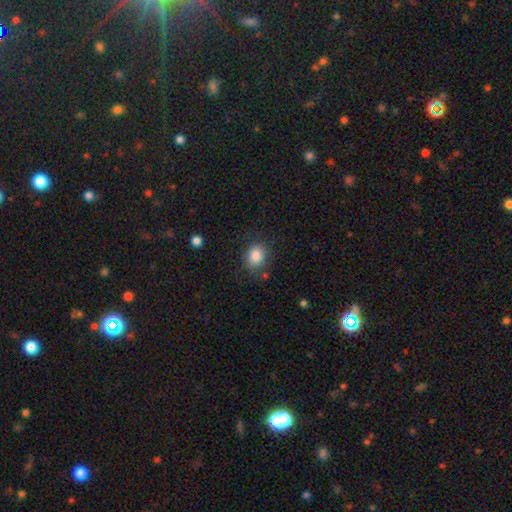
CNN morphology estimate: smooth 85%, star or artifact 9%, featured or disk 6%. Down the decision tree: how rounded — round (58%); merging — none (77%).